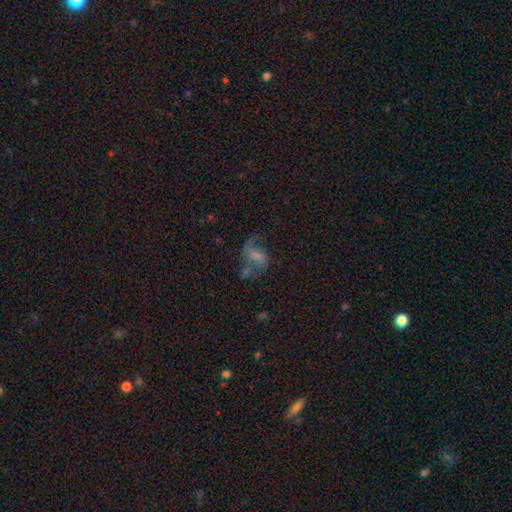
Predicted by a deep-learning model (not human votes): A featured or disk galaxy (58%) with a weak bar (44%), spiral arms (79%) and no central bulge (43%). Merging: none (35%).